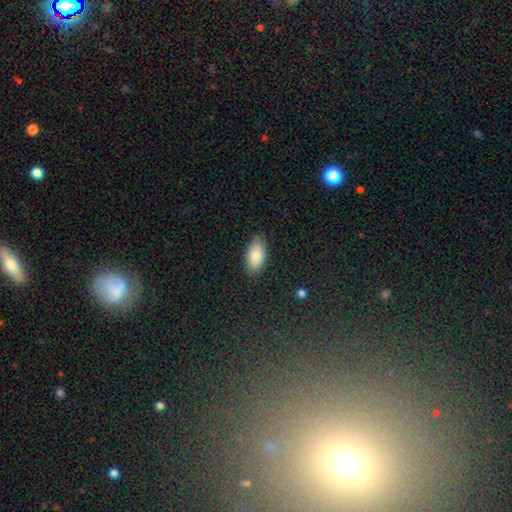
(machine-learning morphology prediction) smooth 85%, featured or disk 8%, star or artifact 7%. Down the decision tree: how rounded — in between (94%); merging — none (84%).